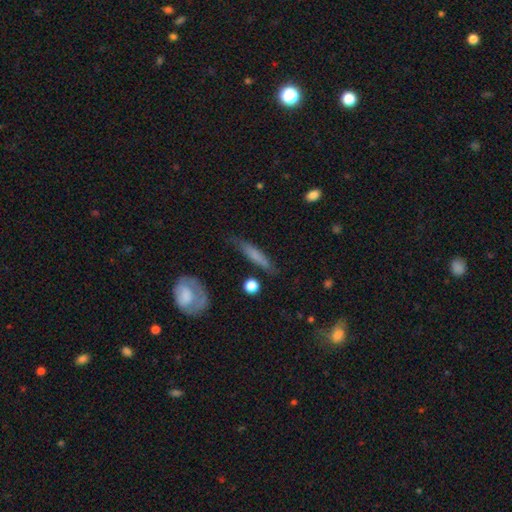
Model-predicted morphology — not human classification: smooth 61%, featured or disk 32%, star or artifact 7%. Down the decision tree: how rounded — cigar-shaped (83%); merging — none (72%).